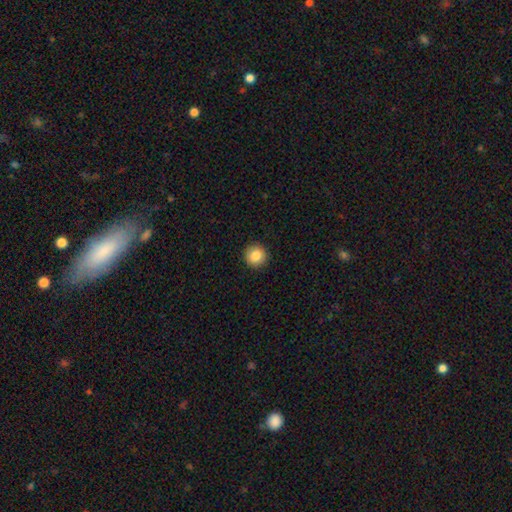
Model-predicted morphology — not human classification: A smooth galaxy with no disk features (85%) that is round (95%).

Vote fractions:
- Smooth or featured? smooth: 85% / star or artifact: 9% / featured or disk: 6%
- How rounded? round: 95% / in between: 4% / cigar-shaped: 1%
- Merging? none: 92% / minor disturbance: 5% / major disturbance: 2% / merger: 1%